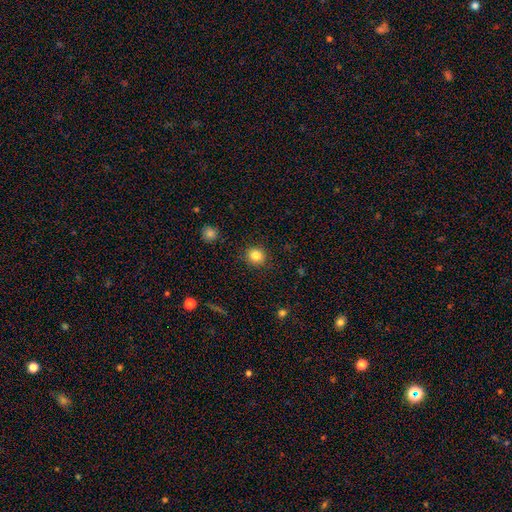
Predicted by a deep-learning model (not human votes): Q: Smooth or featured?
A: smooth (84%); runner-up: star or artifact (11%)
Q: How rounded?
A: round (85%); runner-up: in between (14%)
Q: Merging?
A: none (88%); runner-up: minor disturbance (8%)